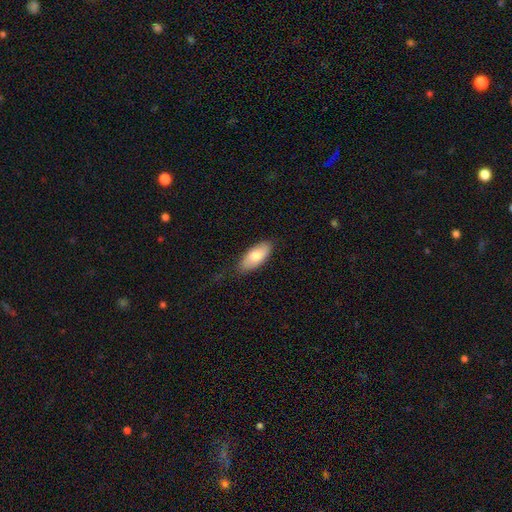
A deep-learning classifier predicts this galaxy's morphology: Smooth or featured? smooth (78%)
How rounded? in between (86%)
Merging? none (78%)